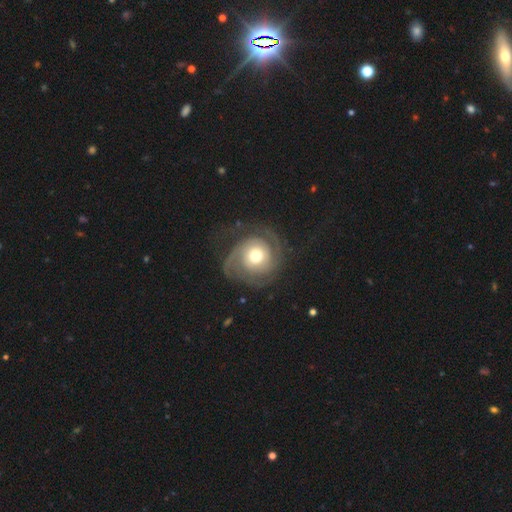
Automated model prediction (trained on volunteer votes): Morphology: type=featured or disk (80%); edge-on=no (98%); bar=no (79%); spiral arms=yes (94%); winding=tight (55%); arm count=2 (56%); bulge=moderate (64%); merging=none (67%).